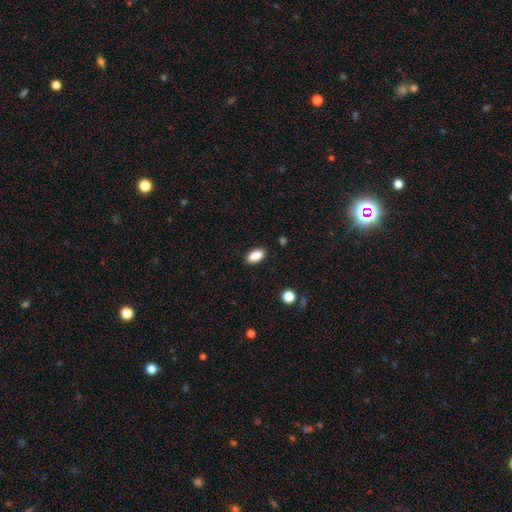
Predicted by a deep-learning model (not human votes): Q: Smooth or featured?
A: smooth (88%); runner-up: star or artifact (8%)
Q: How rounded?
A: in between (90%); runner-up: cigar-shaped (6%)
Q: Merging?
A: none (87%); runner-up: minor disturbance (10%)